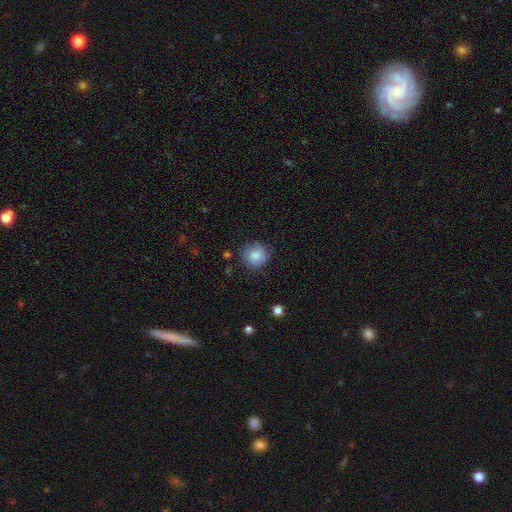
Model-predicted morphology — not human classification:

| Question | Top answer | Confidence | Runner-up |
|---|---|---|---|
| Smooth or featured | smooth | 84% | featured or disk (8%) |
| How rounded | round | 88% | in between (11%) |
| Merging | none | 79% | minor disturbance (15%) |